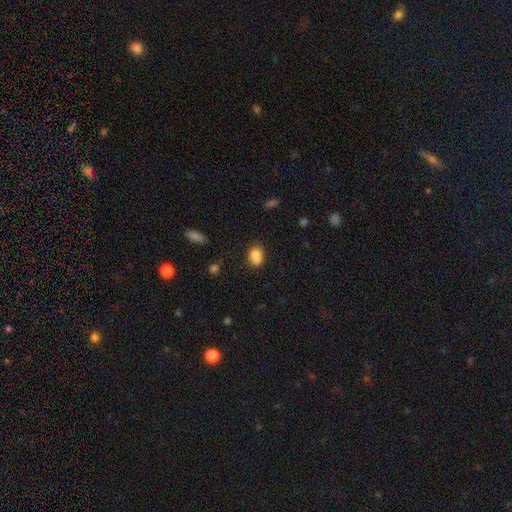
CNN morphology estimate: smooth-or-featured: smooth: 77% | featured or disk: 13% | star or artifact: 10%
  how-rounded: in between: 51% | round: 47% | cigar-shaped: 1%
  merging: merger: 43% | none: 38% | minor disturbance: 14% | major disturbance: 5%